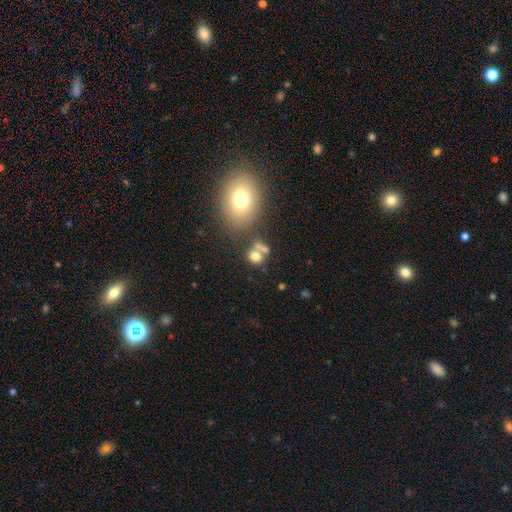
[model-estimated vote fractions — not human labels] Smooth or featured? Predicted: smooth (p=0.74). How rounded? Predicted: round (p=0.70). Merging? Predicted: none (p=0.45).